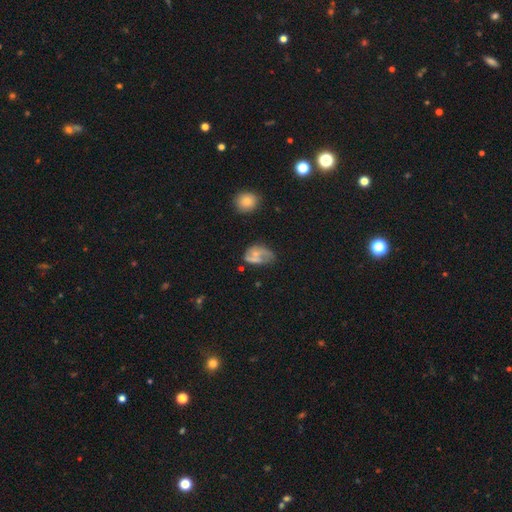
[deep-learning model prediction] Smooth or featured?
  - featured or disk: 49% *
  - smooth: 40%
  - star or artifact: 11%
Merging?
  - none: 34% *
  - major disturbance: 29%
  - minor disturbance: 29%
  - merger: 8%